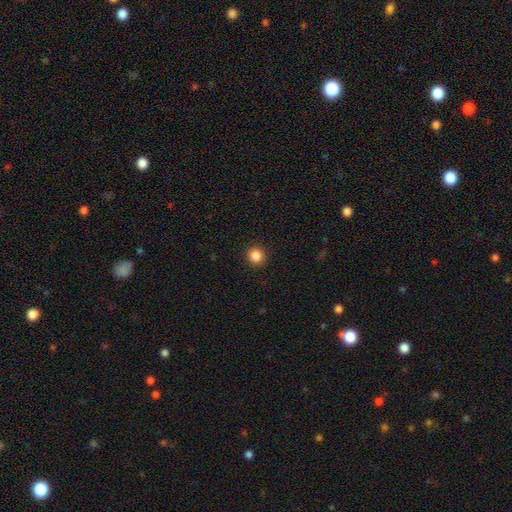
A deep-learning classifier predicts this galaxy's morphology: Smooth or featured: smooth — 85% (star or artifact — 11%)
How rounded: round — 94% (in between — 5%)
Merging: none — 93% (minor disturbance — 5%)